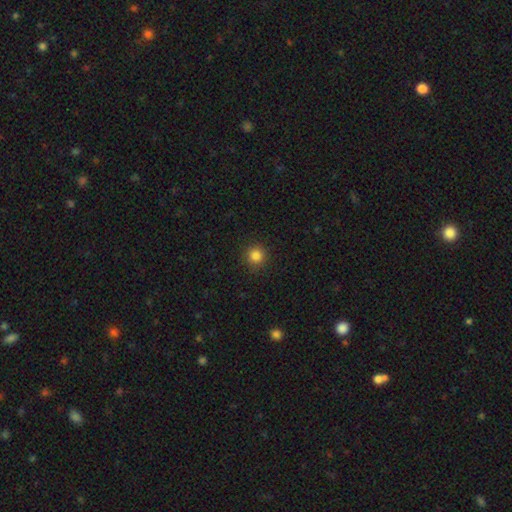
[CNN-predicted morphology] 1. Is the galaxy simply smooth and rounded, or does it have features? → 84% smooth, 12% star or artifact, 4% featured or disk.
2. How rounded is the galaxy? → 95% round, 4% in between, 1% cigar-shaped.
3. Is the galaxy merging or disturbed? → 91% none, 6% minor disturbance, 2% major disturbance, 1% merger.